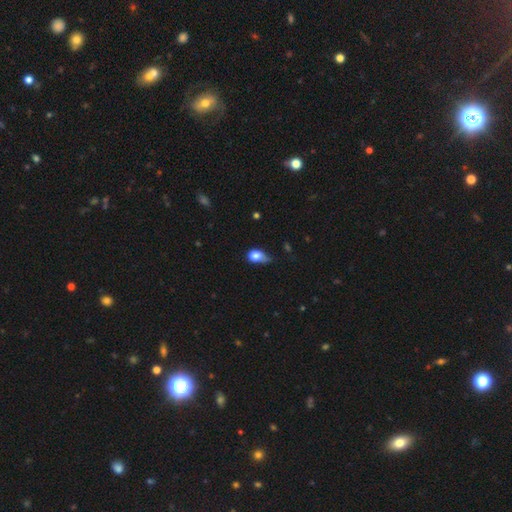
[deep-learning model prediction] Q: Smooth or featured?
A: smooth (79%); runner-up: featured or disk (12%)
Q: How rounded?
A: in between (69%); runner-up: round (29%)
Q: Merging?
A: minor disturbance (48%); runner-up: none (26%)